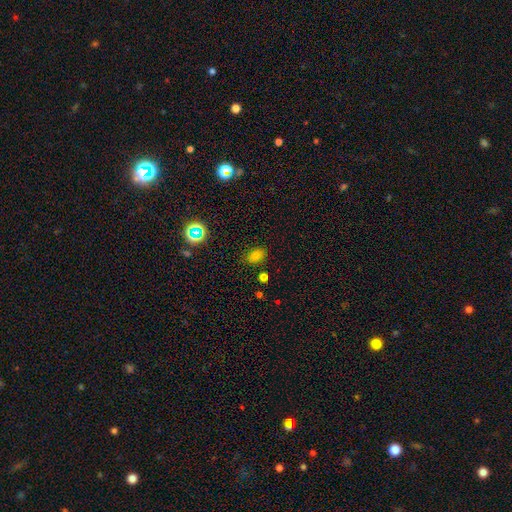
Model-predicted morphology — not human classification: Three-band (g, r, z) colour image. It shows a smooth galaxy with no disk features (76%) that is in between round and cigar-shaped (83%). Merging: none (80%).